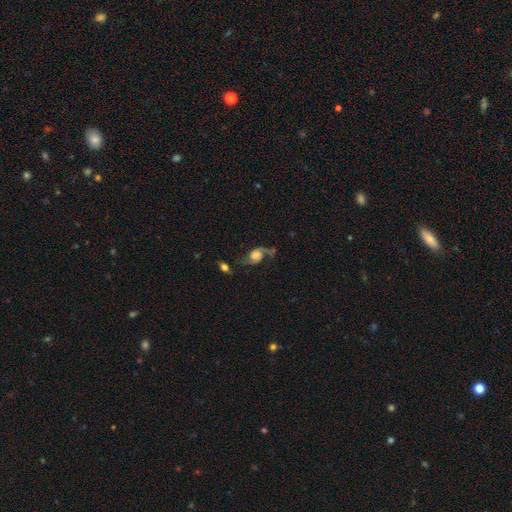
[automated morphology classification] Smooth or featured?
  - featured or disk: 70% *
  - smooth: 20%
  - star or artifact: 9%
Edge-on disk?
  - no: 96% *
  - yes: 4%
Bar?
  - no: 64% *
  - weak: 29%
  - strong: 6%
Spiral arms?
  - yes: 92% *
  - no: 8%
Spiral winding?
  - loose: 66% *
  - medium: 27%
  - tight: 7%
Spiral arm count?
  - 2: 83% *
  - 1: 11%
  - can't tell: 3%
  - 3: 1%
  - 4: 1%
  - more than 4: 1%
Bulge size?
  - large: 34% *
  - moderate: 28%
  - small: 16%
  - none: 13%
  - dominant: 9%
Merging?
  - none: 47% *
  - major disturbance: 23%
  - minor disturbance: 20%
  - merger: 10%